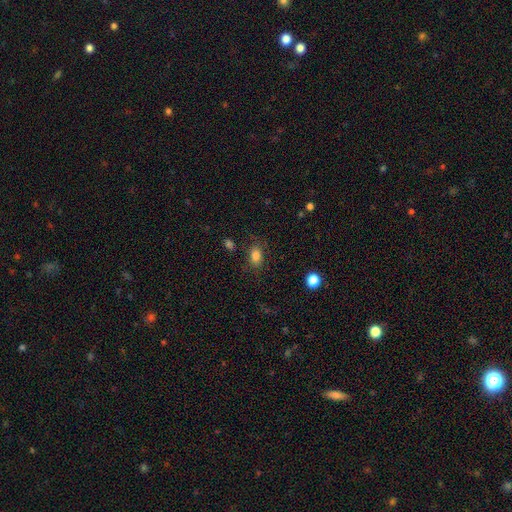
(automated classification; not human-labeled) A smooth galaxy with no disk features (82%) that is in between round and cigar-shaped (79%).

Vote fractions:
- Smooth or featured? smooth: 82% / star or artifact: 11% / featured or disk: 7%
- How rounded? in between: 79% / round: 20% / cigar-shaped: 2%
- Merging? none: 80% / minor disturbance: 13% / major disturbance: 5% / merger: 2%